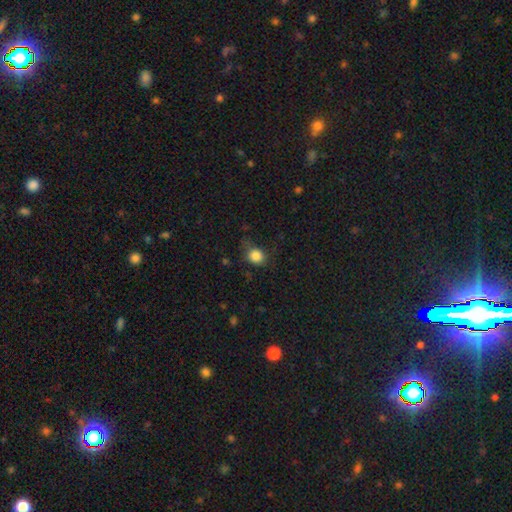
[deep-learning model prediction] This is clearly a smooth galaxy (85%). How rounded: likely round (72%). Merging: likely none (67%).